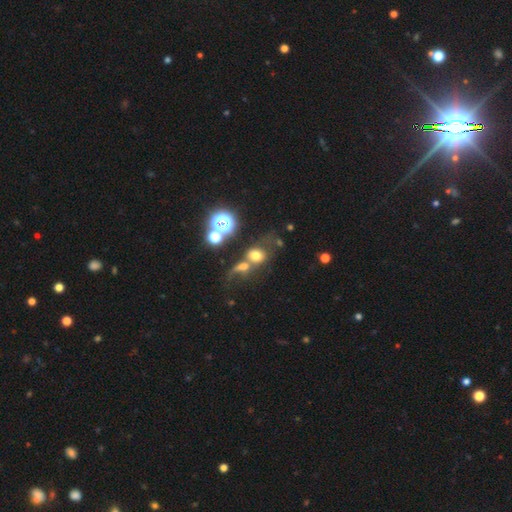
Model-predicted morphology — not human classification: Smooth or featured? smooth (64%)
How rounded? round (61%)
Merging? merger (41%)